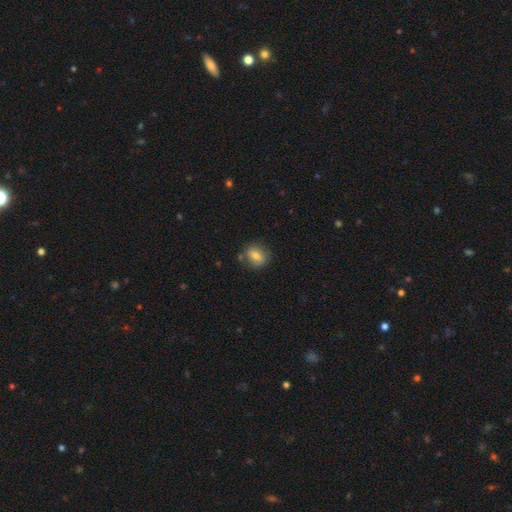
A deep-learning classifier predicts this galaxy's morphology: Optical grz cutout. It shows a smooth galaxy with no disk features (70%) that is round (58%). Merging: none (76%).